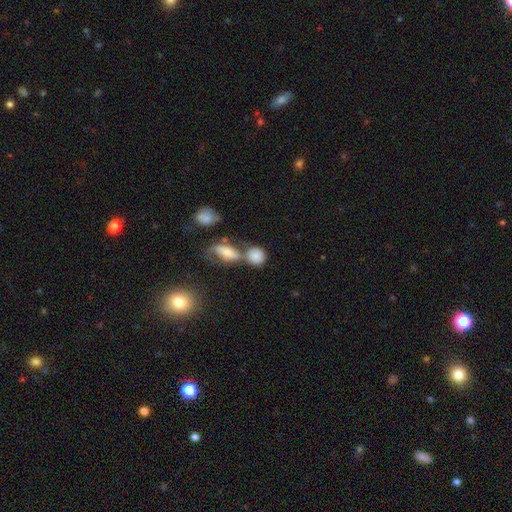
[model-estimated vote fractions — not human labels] A smooth galaxy with no disk features (80%) that is round (74%). Merging: merger (42%).